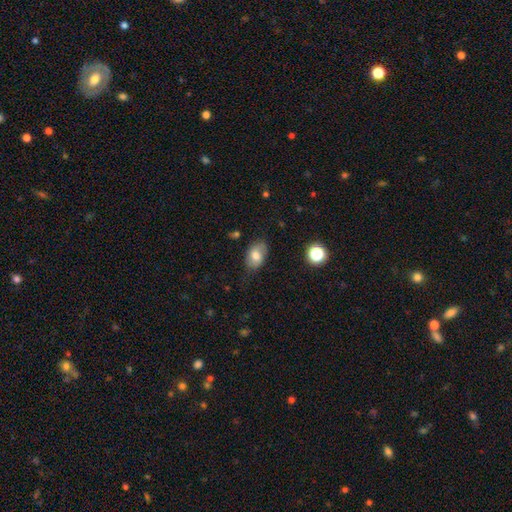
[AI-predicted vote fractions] Q: Smooth or featured?
A: smooth (74%); runner-up: featured or disk (18%)
Q: How rounded?
A: in between (86%); runner-up: round (13%)
Q: Merging?
A: none (71%); runner-up: minor disturbance (22%)